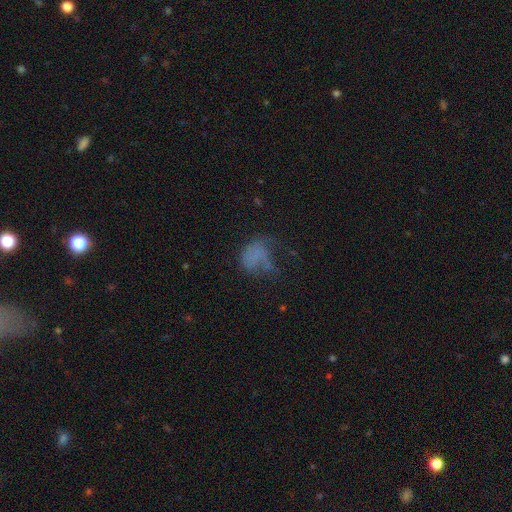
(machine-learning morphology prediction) type=smooth (53%); roundness=in between (64%); merging=major disturbance (40%).